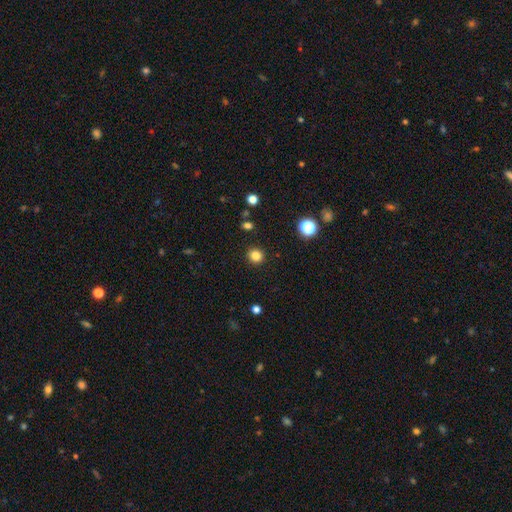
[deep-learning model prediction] This appears to be a smooth galaxy with no disk features (83%) that is round (90%). Merging: none (91%).